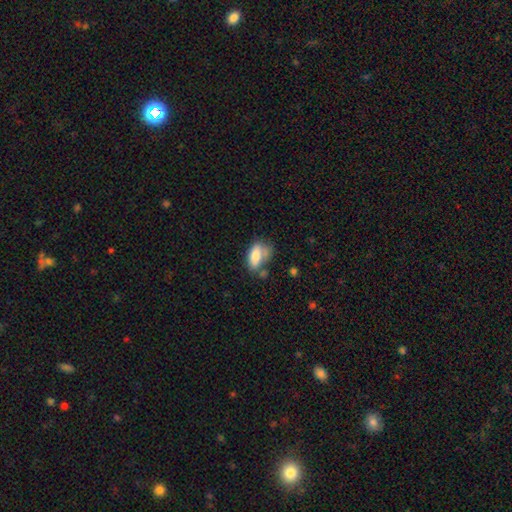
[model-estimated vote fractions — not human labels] Morphology: type=smooth (77%); roundness=in between (87%); merging=none (34%).